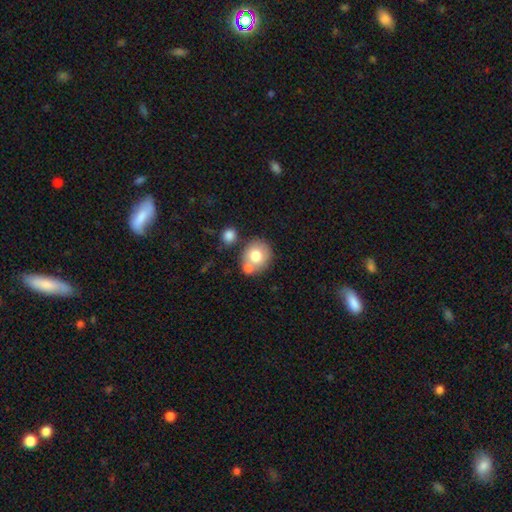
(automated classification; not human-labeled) A smooth galaxy with no disk features (74%) that is round (78%).

Vote fractions:
- Smooth or featured? smooth: 74% / featured or disk: 17% / star or artifact: 9%
- How rounded? round: 78% / in between: 21% / cigar-shaped: 1%
- Merging? none: 56% / merger: 29% / minor disturbance: 12% / major disturbance: 4%